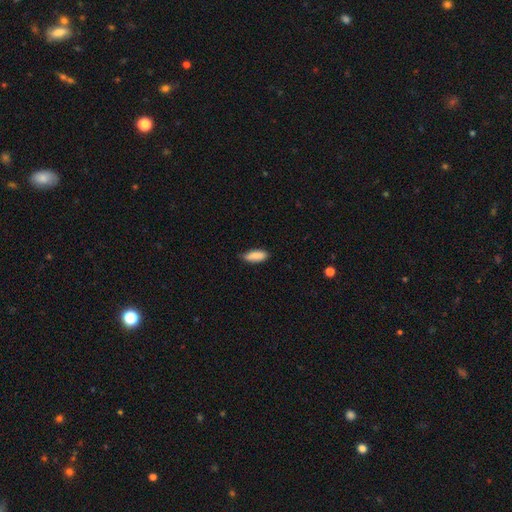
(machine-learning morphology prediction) Smooth or featured: smooth — 87% (featured or disk — 7%)
How rounded: in between — 77% (cigar-shaped — 22%)
Merging: none — 71% (minor disturbance — 25%)